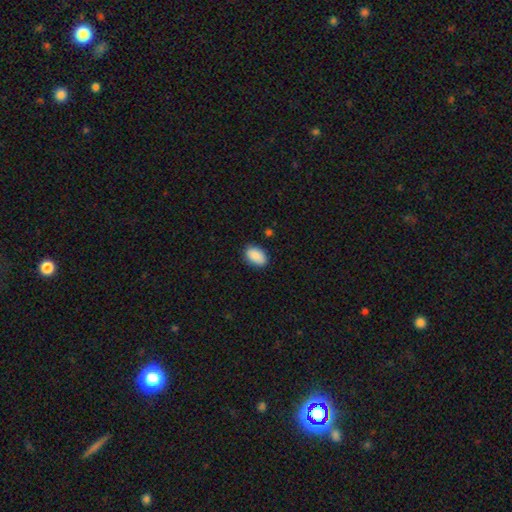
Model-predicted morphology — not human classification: type=smooth (90%); roundness=in between (91%); merging=none (86%).